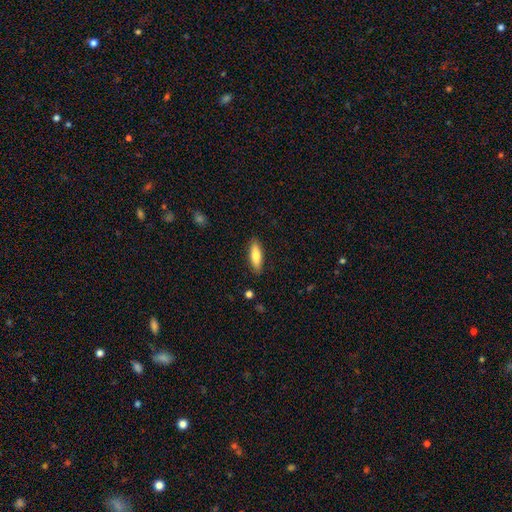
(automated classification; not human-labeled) Overall: smooth (80%). How rounded: in between (50%; cigar-shaped 49%). Merging: none (88%).